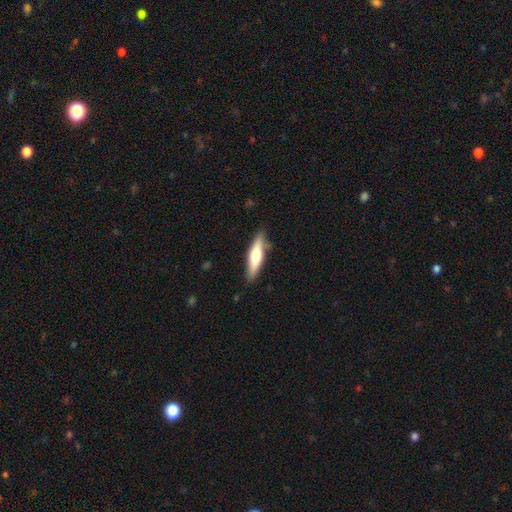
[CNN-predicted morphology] smooth_or_featured: smooth (p=0.59) [alt: featured or disk p=0.36]
how_rounded: cigar-shaped (p=0.73) [alt: in between p=0.26]
merging: none (p=0.83) [alt: minor disturbance p=0.13]